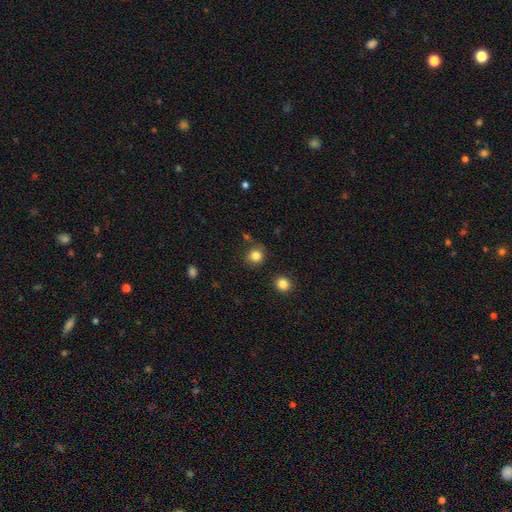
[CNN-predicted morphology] This appears to be a smooth galaxy with no disk features (83%) that is round (86%). Merging: none (82%).